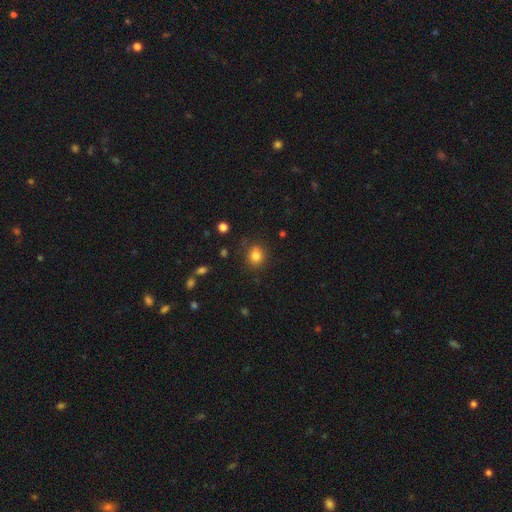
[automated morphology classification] Q: Smooth or featured?
A: smooth (81%); runner-up: star or artifact (12%)
Q: How rounded?
A: round (78%); runner-up: in between (21%)
Q: Merging?
A: none (76%); runner-up: minor disturbance (15%)